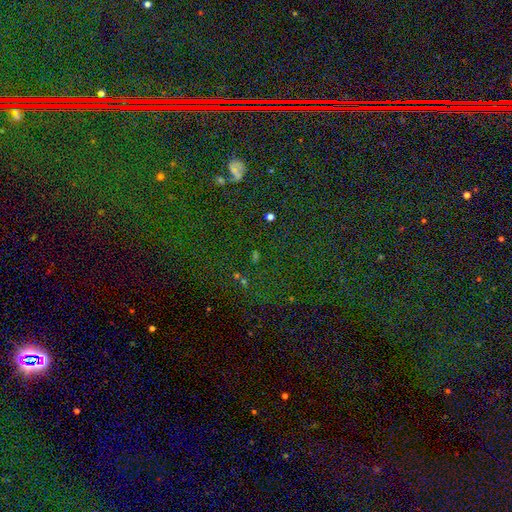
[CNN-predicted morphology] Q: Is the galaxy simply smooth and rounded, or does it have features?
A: star or artifact — 69%.